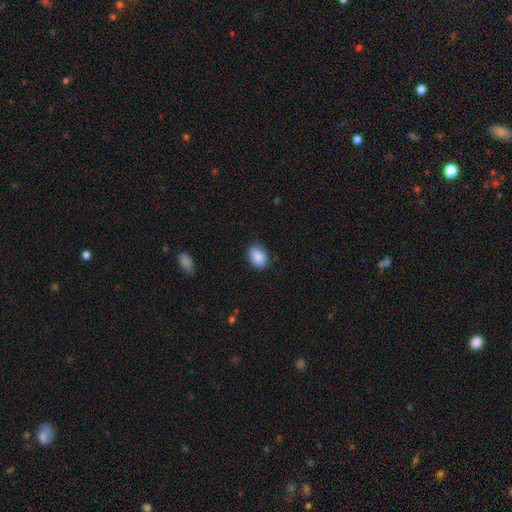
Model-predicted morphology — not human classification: This appears to be a smooth galaxy with no disk features (87%) that is in between round and cigar-shaped (77%). Merging: none (75%).